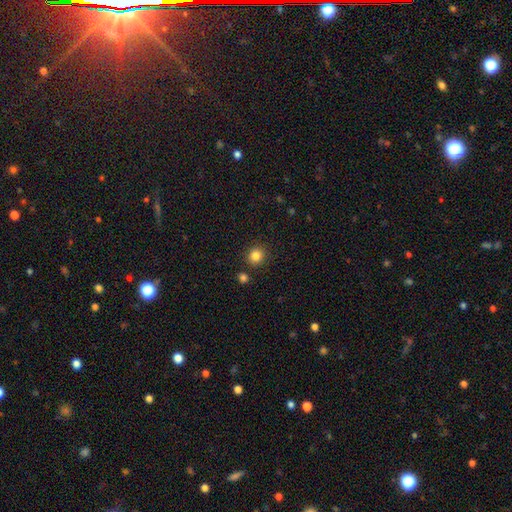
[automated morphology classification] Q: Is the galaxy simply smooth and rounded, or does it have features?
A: smooth — 84%.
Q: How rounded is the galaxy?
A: round — 89%.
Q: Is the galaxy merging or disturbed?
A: none — 87%.